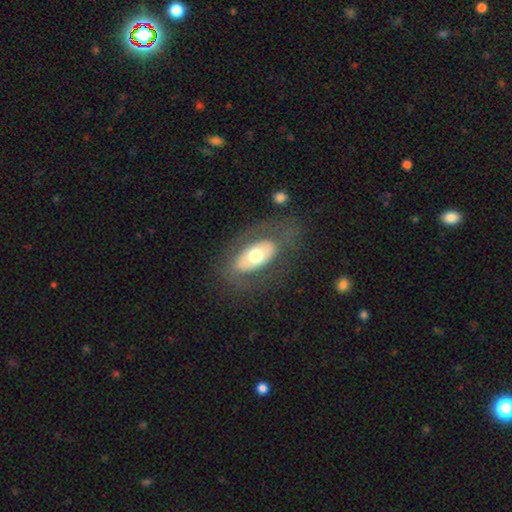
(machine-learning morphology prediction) Smooth or featured? Predicted: smooth (p=0.47, tied with featured or disk). Merging? Predicted: none (p=0.72).